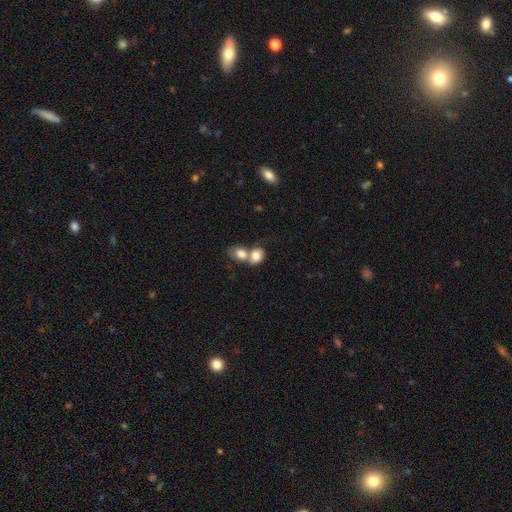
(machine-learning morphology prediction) Smooth or featured?
  - smooth: 78% *
  - featured or disk: 14%
  - star or artifact: 8%
How rounded?
  - in between: 56% *
  - round: 43%
  - cigar-shaped: 1%
Merging?
  - merger: 71% *
  - none: 18%
  - minor disturbance: 7%
  - major disturbance: 4%